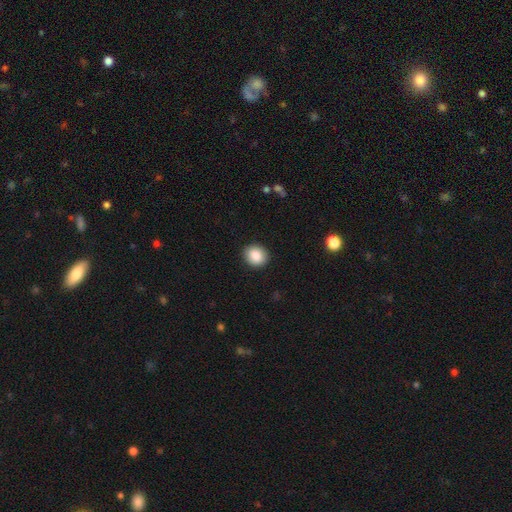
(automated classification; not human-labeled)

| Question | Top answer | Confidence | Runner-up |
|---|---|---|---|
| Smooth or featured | smooth | 87% | star or artifact (8%) |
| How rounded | round | 74% | in between (25%) |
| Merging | none | 90% | minor disturbance (7%) |